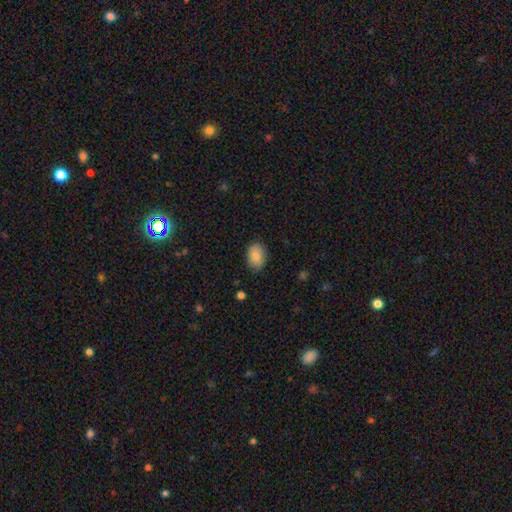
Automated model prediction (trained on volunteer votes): This is clearly a smooth galaxy (87%). How rounded: clearly in between (85%). Merging: clearly none (86%).